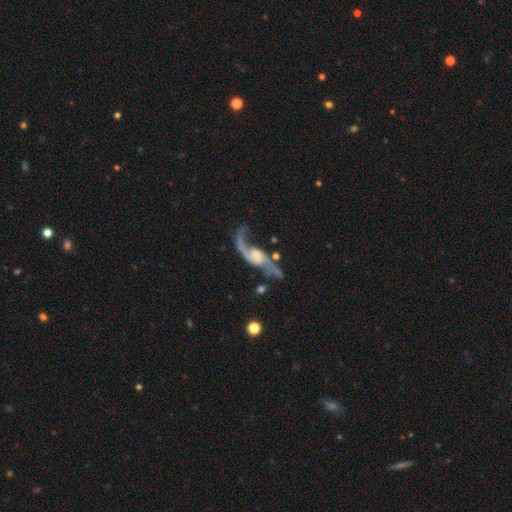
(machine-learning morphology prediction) type=featured or disk (86%); edge-on=no (90%); bar=no (58%); spiral arms=yes (94%); winding=loose (79%); arm count=2 (84%); bulge=small (33%, tied with moderate); merging=none (50%).